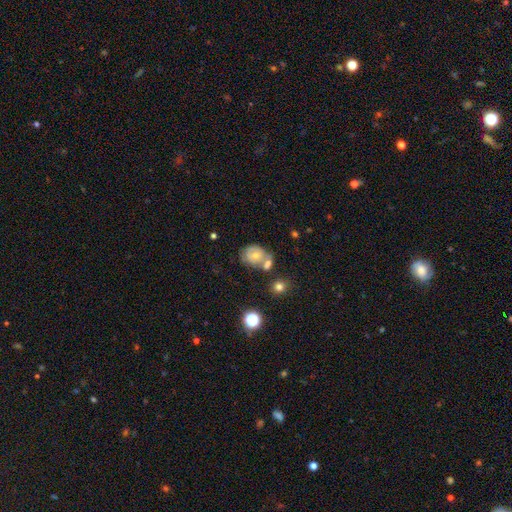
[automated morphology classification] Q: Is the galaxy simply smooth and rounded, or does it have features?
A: smooth — 54%.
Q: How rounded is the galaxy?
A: round — 52%.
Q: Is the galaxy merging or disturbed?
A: none — 41%.